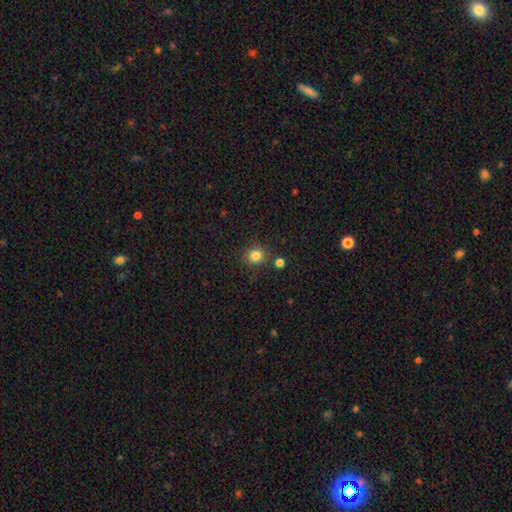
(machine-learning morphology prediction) Smooth or featured: smooth — 82% (star or artifact — 13%)
How rounded: round — 86% (in between — 13%)
Merging: none — 82% (minor disturbance — 9%)